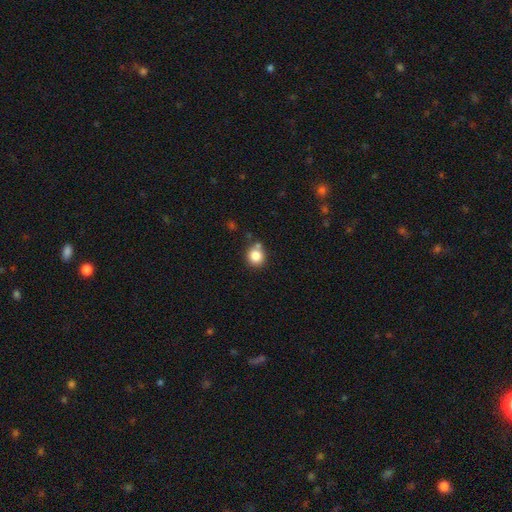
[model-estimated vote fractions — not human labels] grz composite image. It shows a smooth galaxy with no disk features (84%) that is round (88%). Merging: none (70%).